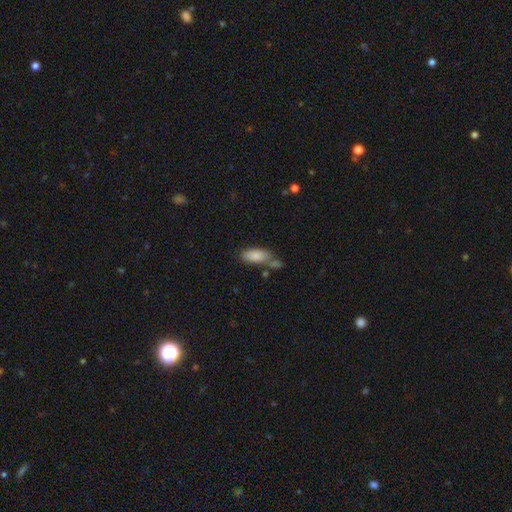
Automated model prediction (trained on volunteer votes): Q: Smooth or featured?
A: smooth (84%); runner-up: featured or disk (9%)
Q: How rounded?
A: in between (84%); runner-up: cigar-shaped (14%)
Q: Merging?
A: none (49%); runner-up: merger (29%)